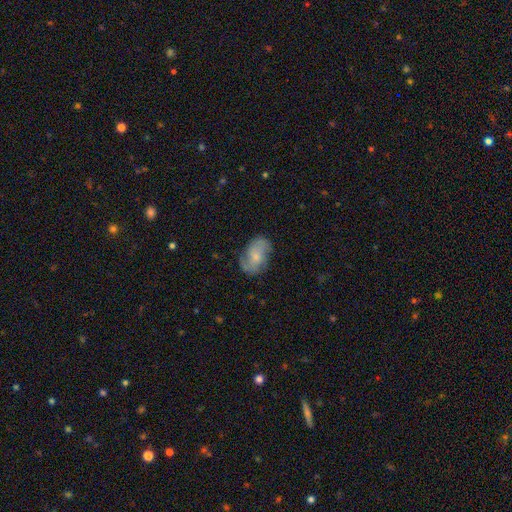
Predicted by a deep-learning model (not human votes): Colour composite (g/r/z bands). It shows a featured or disk galaxy (49%). Merging: none (66%).